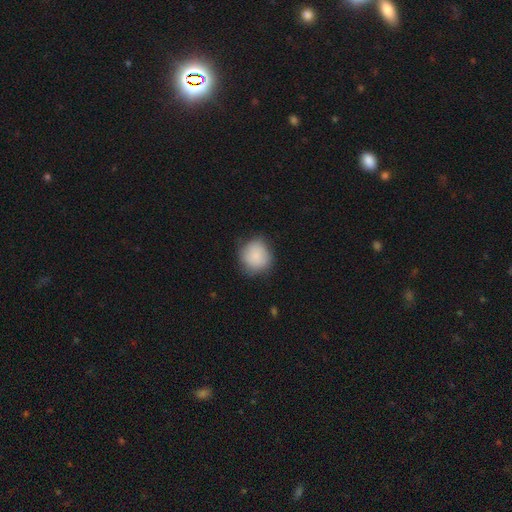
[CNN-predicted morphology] This appears to be a smooth galaxy with no disk features (84%) that is round (85%). Merging: none (69%).